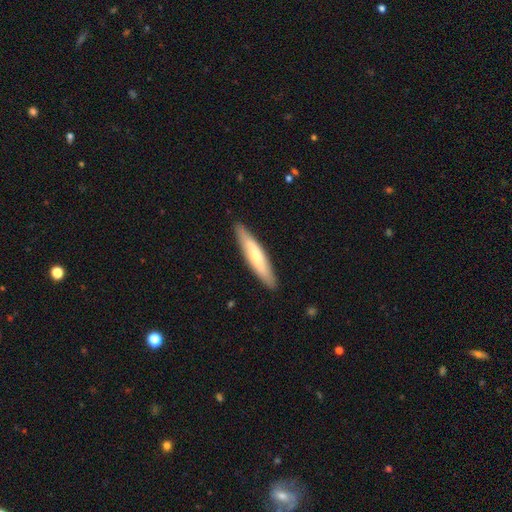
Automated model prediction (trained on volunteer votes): This appears to be a smooth galaxy with no disk features (57%) that is cigar-shaped (88%). Merging: none (89%).